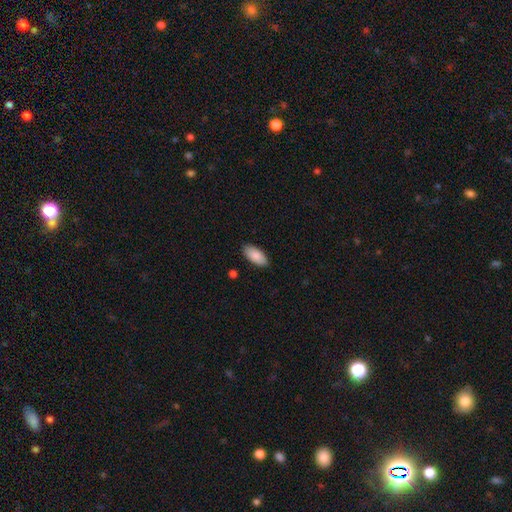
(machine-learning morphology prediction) type=smooth (87%); roundness=in between (92%); merging=none (88%).